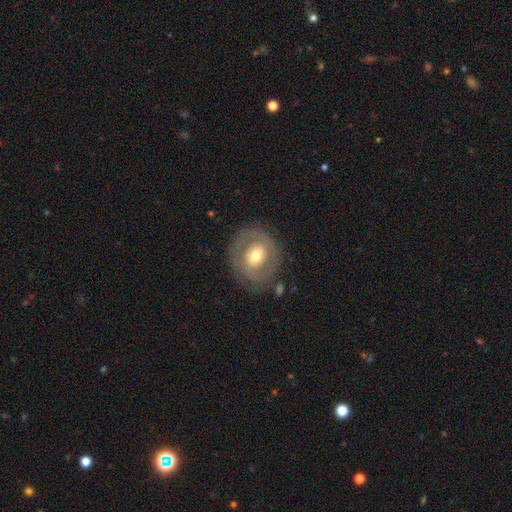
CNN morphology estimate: Overall: featured or disk (57%; smooth 36%). Edge-on disk: no (96%). Bar: no (51%; weak 33%). Spiral arms: no (61%; yes 39%). Bulge size: moderate (68%). Merging: none (79%).